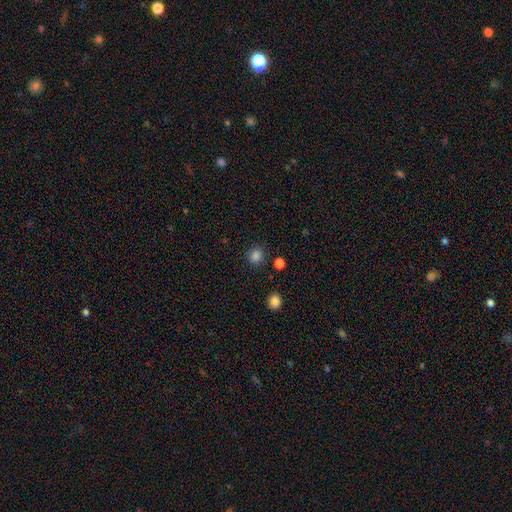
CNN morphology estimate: Smooth or featured?
  - smooth: 84% *
  - star or artifact: 13%
  - featured or disk: 3%
How rounded?
  - round: 87% *
  - in between: 12%
  - cigar-shaped: 1%
Merging?
  - none: 87% *
  - minor disturbance: 8%
  - merger: 3%
  - major disturbance: 3%